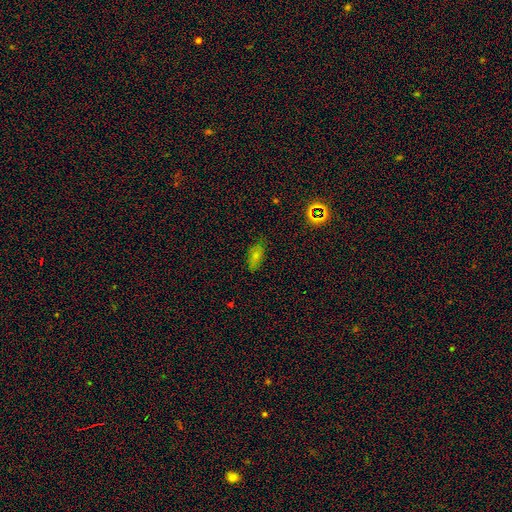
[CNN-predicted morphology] Overall: smooth (73%). How rounded: in between (87%). Merging: none (77%).